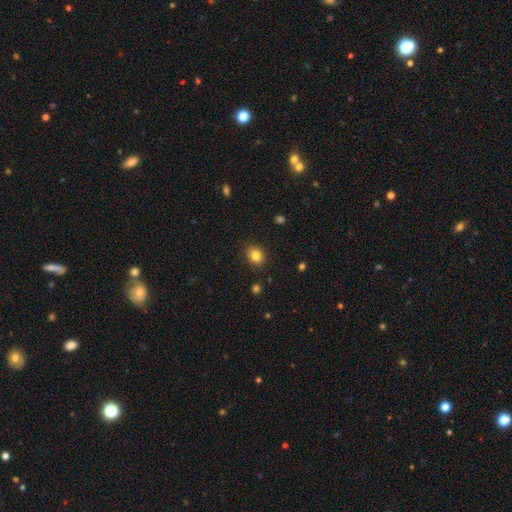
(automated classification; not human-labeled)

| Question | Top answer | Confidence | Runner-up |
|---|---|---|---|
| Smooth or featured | smooth | 83% | star or artifact (11%) |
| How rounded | round | 59% | in between (40%) |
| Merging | none | 88% | minor disturbance (9%) |